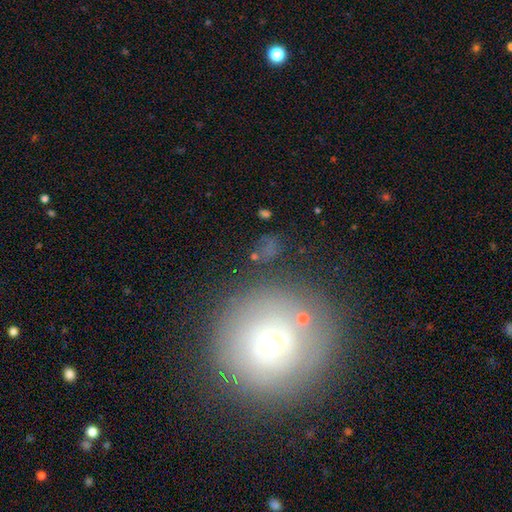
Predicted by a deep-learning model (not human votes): This appears to be a smooth galaxy with no disk features (44%). Merging: none (64%).